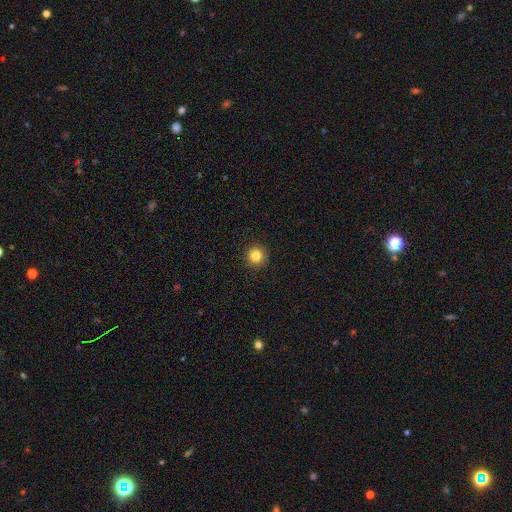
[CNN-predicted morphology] Overall: smooth (83%). How rounded: round (95%). Merging: none (92%).